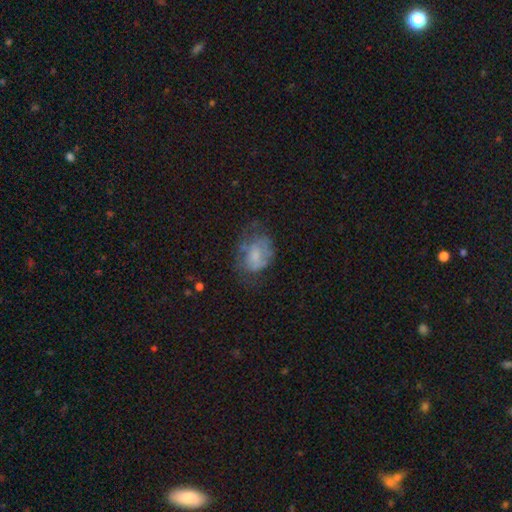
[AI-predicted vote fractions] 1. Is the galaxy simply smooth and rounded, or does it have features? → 48% smooth, 41% featured or disk, 11% star or artifact.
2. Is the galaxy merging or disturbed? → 43% none, 27% minor disturbance, 27% major disturbance, 3% merger.